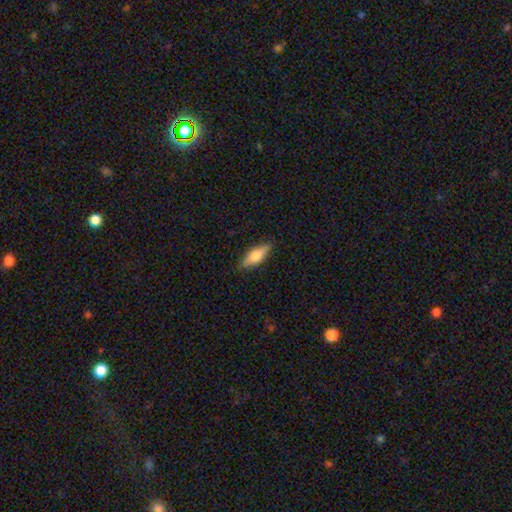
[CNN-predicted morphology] Smooth or featured?
  - smooth: 61% *
  - featured or disk: 32%
  - star or artifact: 7%
How rounded?
  - in between: 60% *
  - cigar-shaped: 37%
  - round: 3%
Merging?
  - none: 86% *
  - minor disturbance: 11%
  - major disturbance: 2%
  - merger: 1%